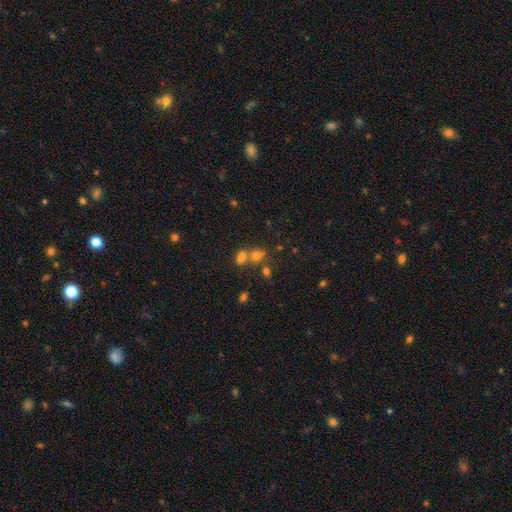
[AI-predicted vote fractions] The model was most divided on "merging": merger: 50%, none: 38%, minor disturbance: 7%, major disturbance: 5%. More confident: how rounded — round (57%); smooth or featured — smooth (54%).